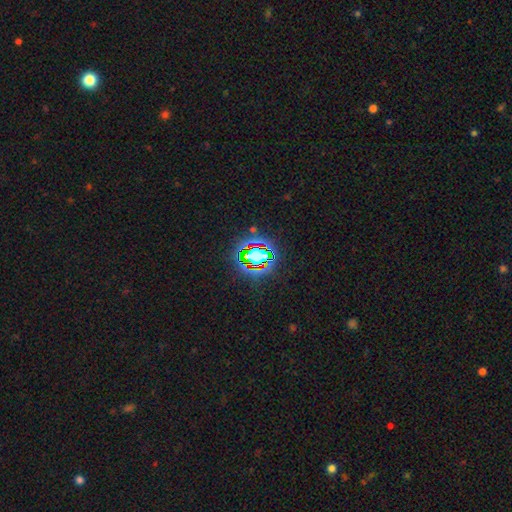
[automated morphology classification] star or artifact 66%, smooth 21%, featured or disk 13%.